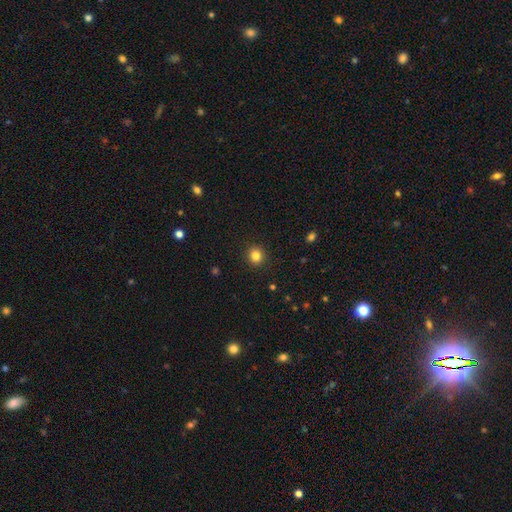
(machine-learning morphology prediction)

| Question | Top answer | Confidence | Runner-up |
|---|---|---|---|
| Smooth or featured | smooth | 84% | star or artifact (12%) |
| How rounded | round | 86% | in between (13%) |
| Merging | none | 92% | minor disturbance (5%) |